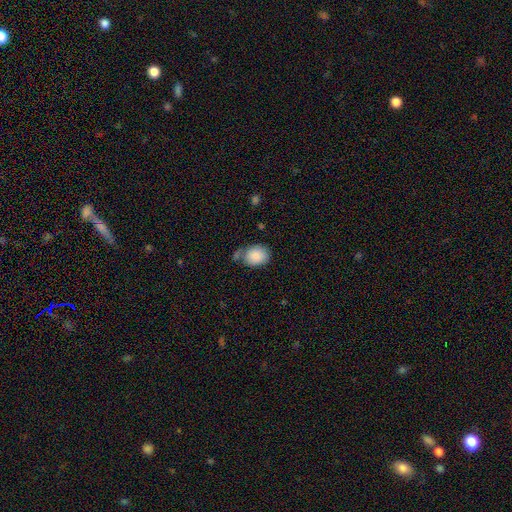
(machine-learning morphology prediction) Overall: smooth (88%). How rounded: in between (59%; round 40%). Merging: none (56%; minor disturbance 24%).